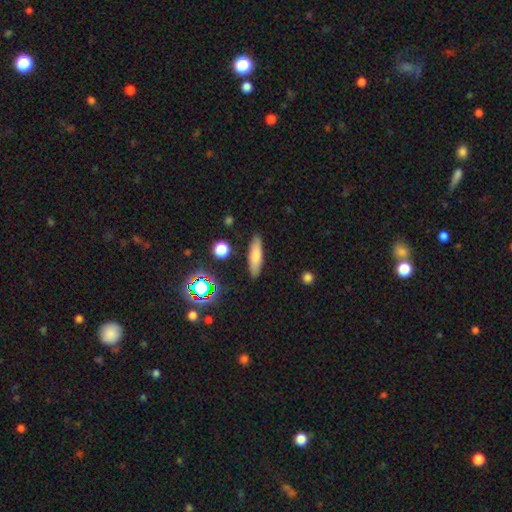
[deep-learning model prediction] Overall: smooth (74%). How rounded: cigar-shaped (65%; in between 33%). Merging: none (86%).